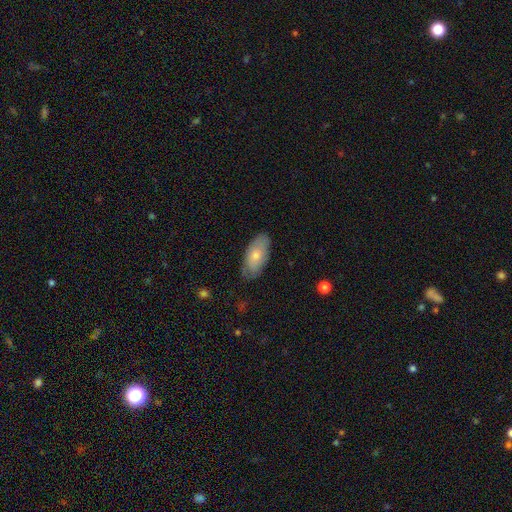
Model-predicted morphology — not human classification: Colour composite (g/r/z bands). It shows a smooth galaxy with no disk features (70%) that is in between round and cigar-shaped (92%). Merging: none (76%).